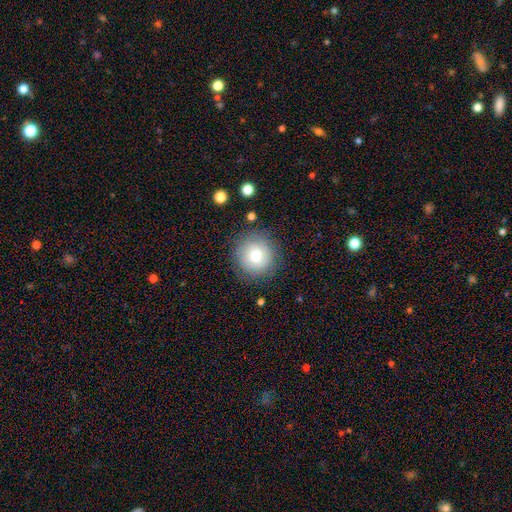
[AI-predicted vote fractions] smooth-or-featured: smooth: 74% | featured or disk: 16% | star or artifact: 10%
  how-rounded: round: 93% | in between: 6% | cigar-shaped: 1%
  merging: none: 83% | minor disturbance: 11% | major disturbance: 4% | merger: 2%